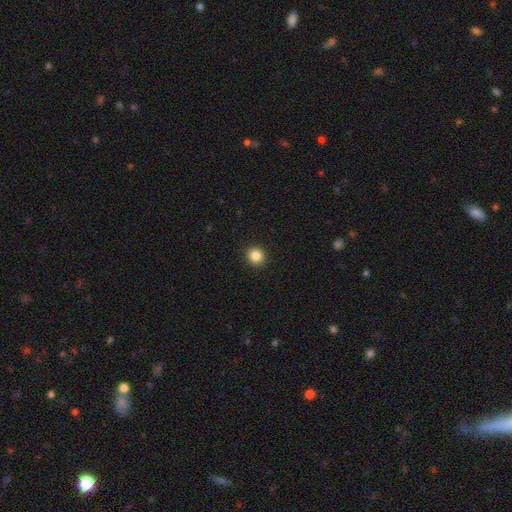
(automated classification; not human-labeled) smooth 85%, star or artifact 11%, featured or disk 4%. Down the decision tree: how rounded — round (90%); merging — none (93%).